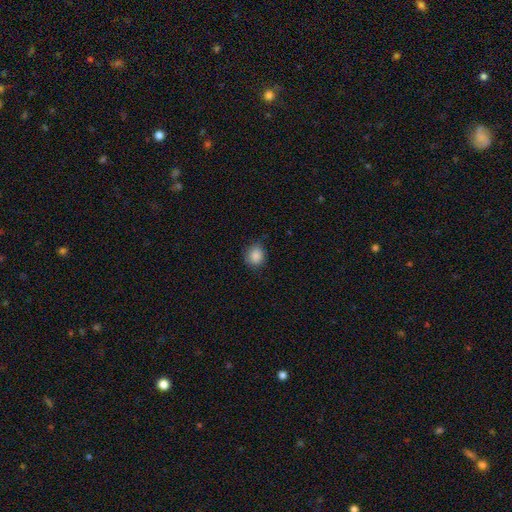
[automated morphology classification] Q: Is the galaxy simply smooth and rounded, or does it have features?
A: smooth — 87%.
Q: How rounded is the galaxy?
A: round — 72%.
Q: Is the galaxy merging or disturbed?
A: none — 81%.